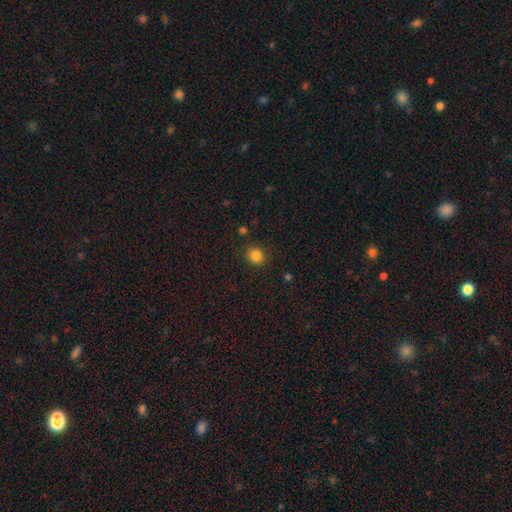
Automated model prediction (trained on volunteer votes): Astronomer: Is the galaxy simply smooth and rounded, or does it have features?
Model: smooth — 84%.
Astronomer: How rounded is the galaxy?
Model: round — 87%.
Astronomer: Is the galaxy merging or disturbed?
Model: none — 89%.